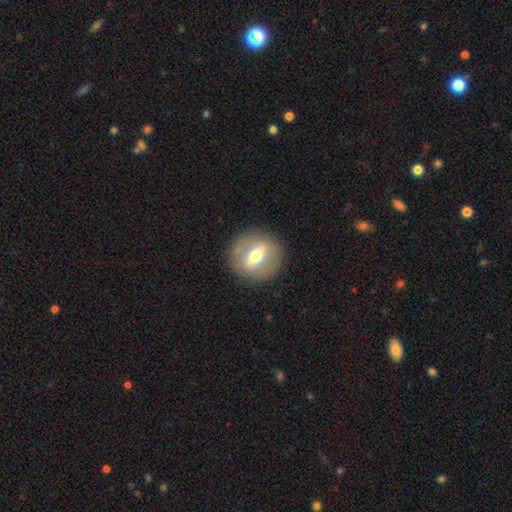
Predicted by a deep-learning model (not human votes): Smooth or featured? featured or disk (60%)
Edge-on disk? no (63%)
Merging? none (88%)